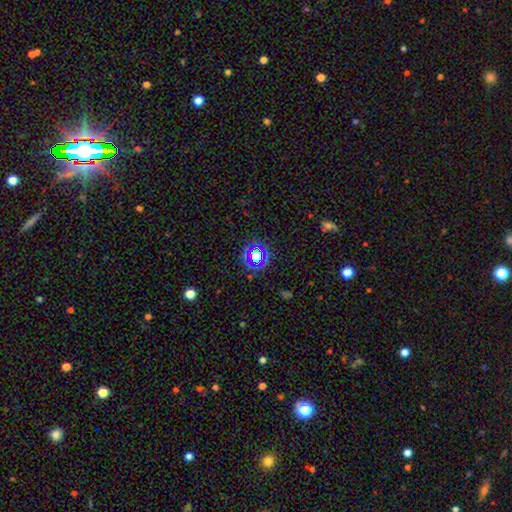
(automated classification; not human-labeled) star or artifact 61%, smooth 29%, featured or disk 10%.